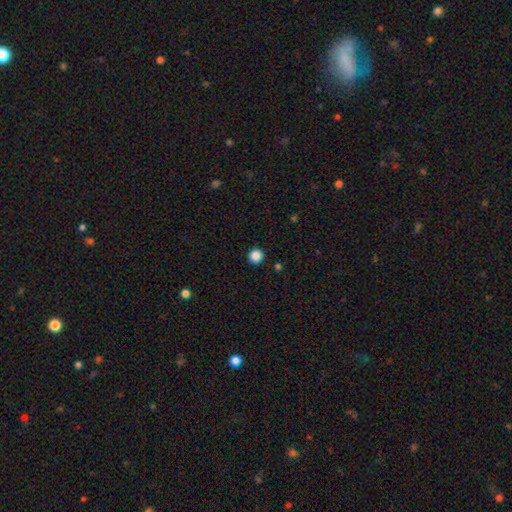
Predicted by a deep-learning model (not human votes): smooth 87%, star or artifact 11%, featured or disk 3%. Down the decision tree: how rounded — round (95%); merging — none (93%).